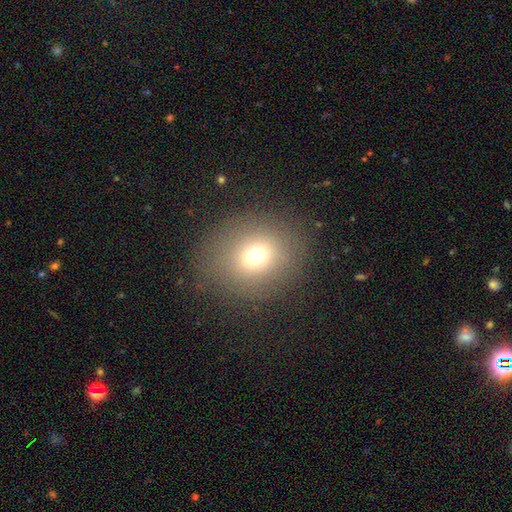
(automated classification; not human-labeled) smooth-or-featured: smooth: 70% | star or artifact: 18% | featured or disk: 12%
  how-rounded: round: 73% | in between: 26% | cigar-shaped: 1%
  merging: none: 83% | minor disturbance: 9% | major disturbance: 6% | merger: 1%